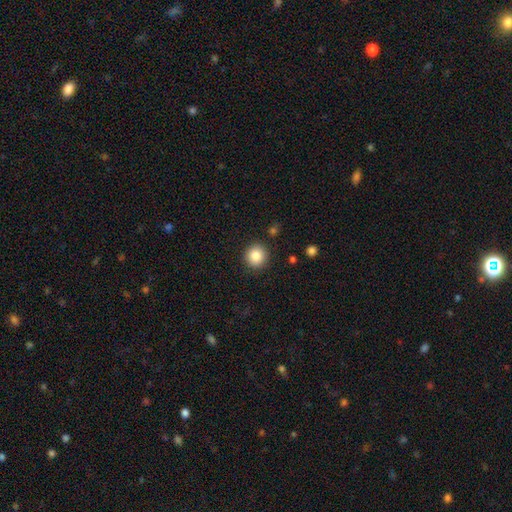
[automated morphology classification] This appears to be a smooth galaxy with no disk features (85%) that is round (93%). Merging: none (91%).